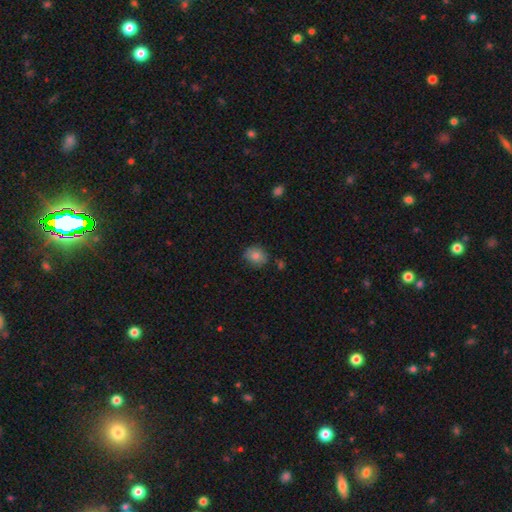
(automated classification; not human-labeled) Morphology: type=smooth (83%); roundness=round (62%); merging=none (77%).